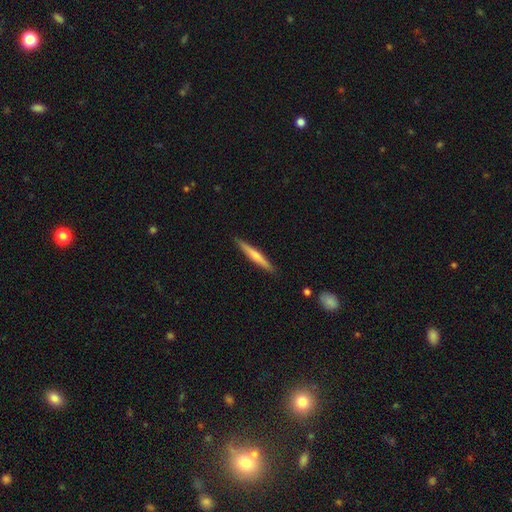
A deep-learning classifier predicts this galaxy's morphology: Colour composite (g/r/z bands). It shows a smooth galaxy with no disk features (49%). Merging: none (90%).